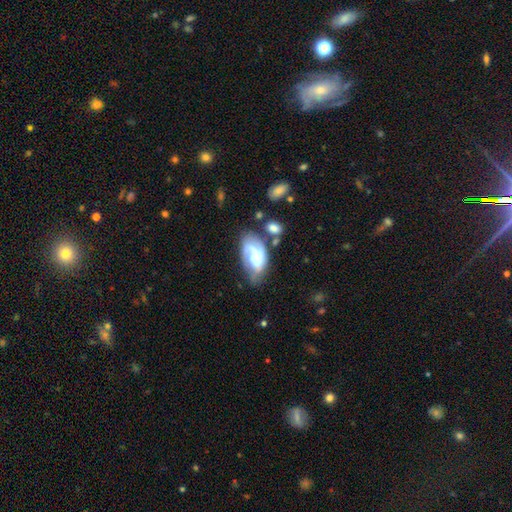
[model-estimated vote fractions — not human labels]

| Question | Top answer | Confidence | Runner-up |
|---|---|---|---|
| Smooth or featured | featured or disk | 63% | smooth (30%) |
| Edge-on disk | no | 96% | yes (4%) |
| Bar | no | 56% | weak (35%) |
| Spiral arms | yes | 87% | no (13%) |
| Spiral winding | tight | 43% | medium (40%) |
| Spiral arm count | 2 | 45% | can't tell (28%) |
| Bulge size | small | 42% | none (24%) |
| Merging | none | 44% | minor disturbance (28%) |